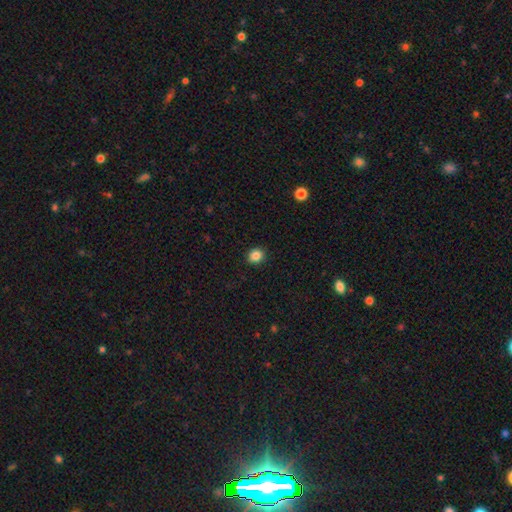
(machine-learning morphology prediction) smooth_or_featured: smooth (p=0.86) [alt: star or artifact p=0.10]
how_rounded: round (p=0.74) [alt: in between p=0.25]
merging: none (p=0.92) [alt: minor disturbance p=0.06]